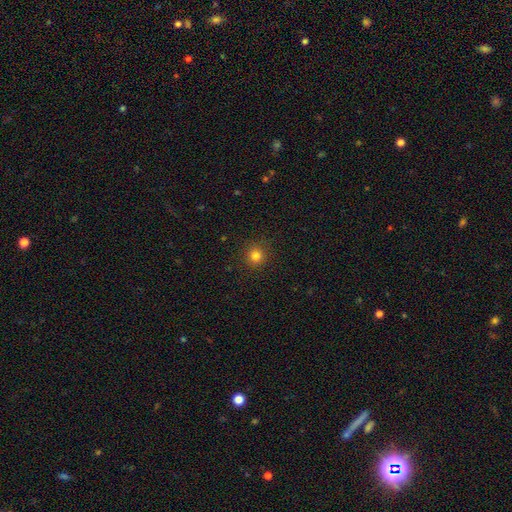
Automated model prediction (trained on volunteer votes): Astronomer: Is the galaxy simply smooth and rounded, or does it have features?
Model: smooth — 81%.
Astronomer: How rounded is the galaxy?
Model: round — 92%.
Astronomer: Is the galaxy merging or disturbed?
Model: none — 90%.